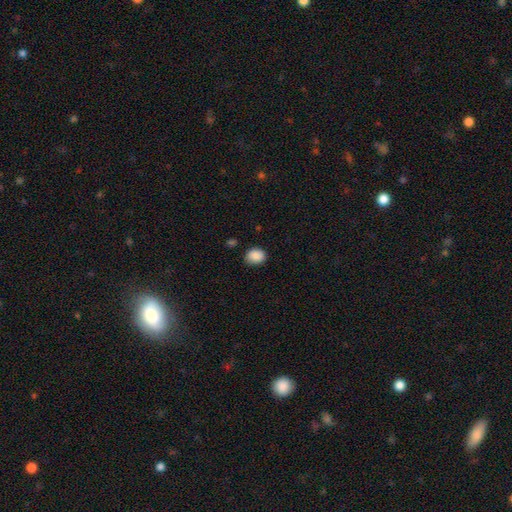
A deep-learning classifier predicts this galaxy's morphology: A smooth galaxy with no disk features (89%) that is round (53%). Merging: none (80%).